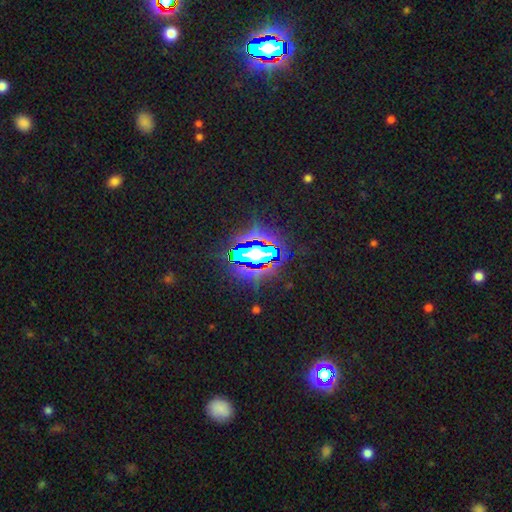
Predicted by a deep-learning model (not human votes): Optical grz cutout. It shows a star or artifact, not a galaxy (70%).